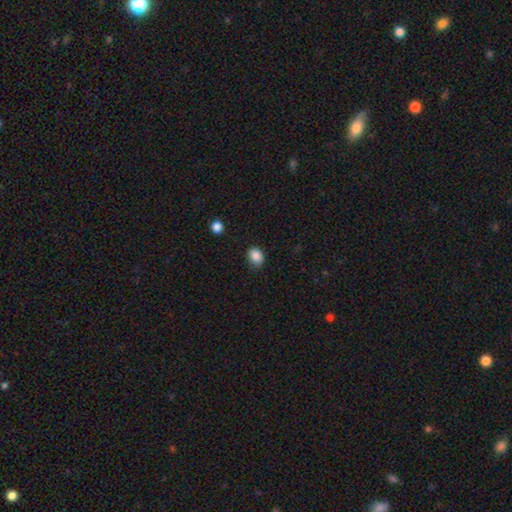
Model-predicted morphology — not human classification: Smooth or featured? Predicted: smooth (p=0.87). How rounded? Predicted: in between (p=0.56). Merging? Predicted: none (p=0.79).